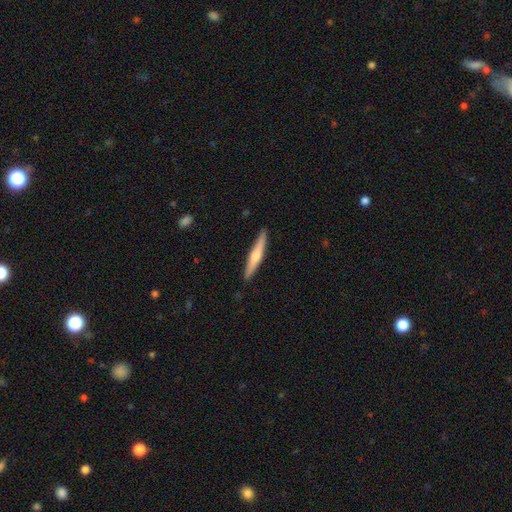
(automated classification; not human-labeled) A smooth galaxy with no disk features (48%). Merging: none (90%).